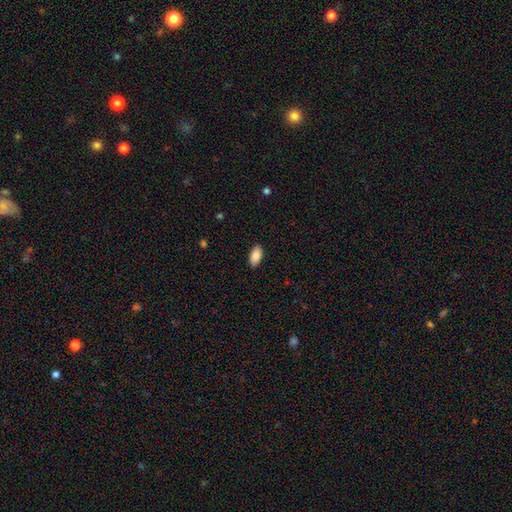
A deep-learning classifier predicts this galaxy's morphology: Q: Smooth or featured?
A: smooth (86%); runner-up: featured or disk (7%)
Q: How rounded?
A: in between (93%); runner-up: cigar-shaped (4%)
Q: Merging?
A: none (89%); runner-up: minor disturbance (8%)